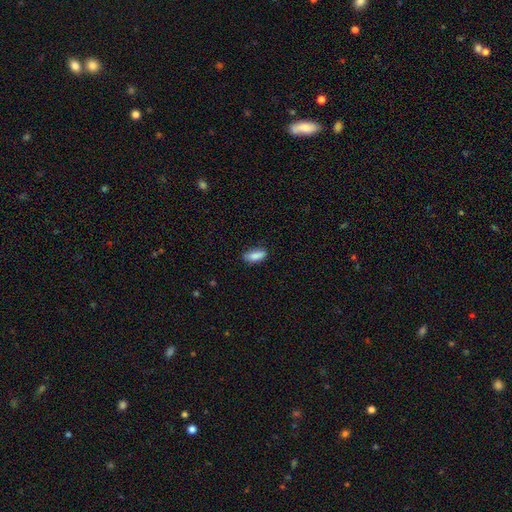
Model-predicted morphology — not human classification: This is clearly a smooth galaxy (86%). How rounded: likely in between (78%). Merging: likely none (75%).